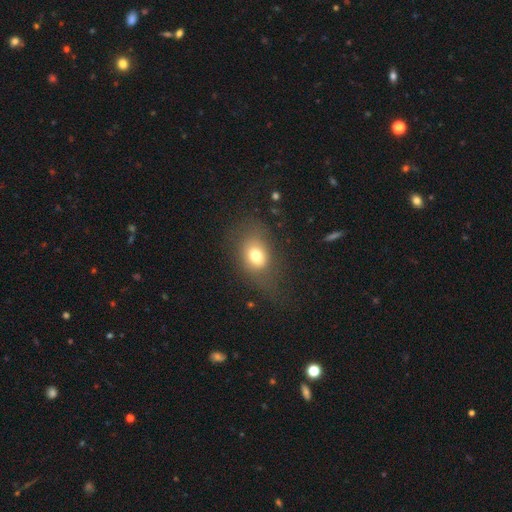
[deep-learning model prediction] This appears to be a smooth galaxy with no disk features (73%) that is in between round and cigar-shaped (64%). Merging: none (58%).